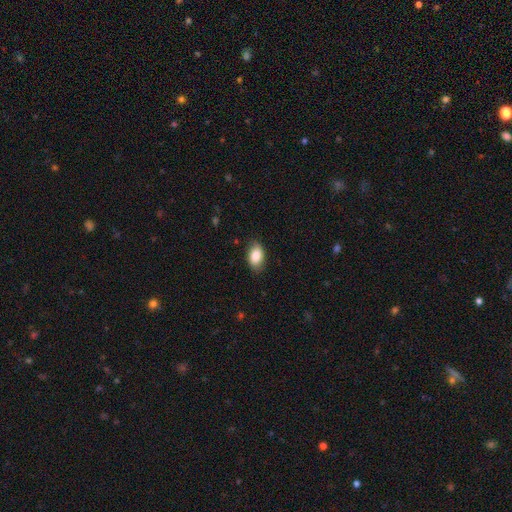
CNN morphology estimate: A smooth galaxy with no disk features (85%) that is in between round and cigar-shaped (91%). Merging: none (81%).